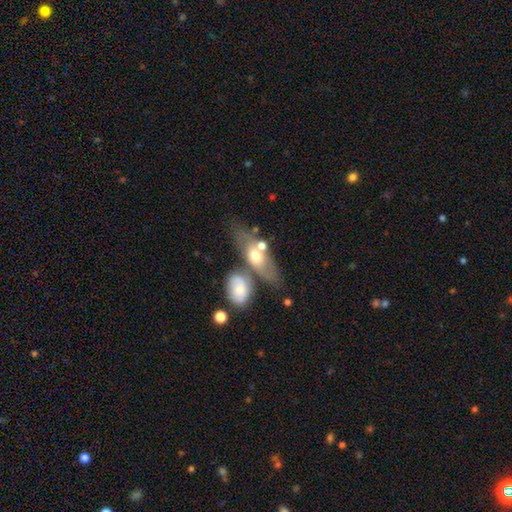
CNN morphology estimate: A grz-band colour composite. It shows a smooth galaxy with no disk features (52%) that is in between round and cigar-shaped (69%). Merging: none (41%).